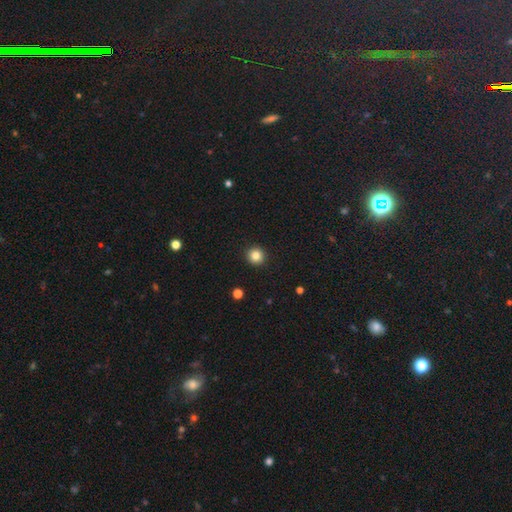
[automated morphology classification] Overall: smooth (84%). How rounded: round (94%). Merging: none (93%).